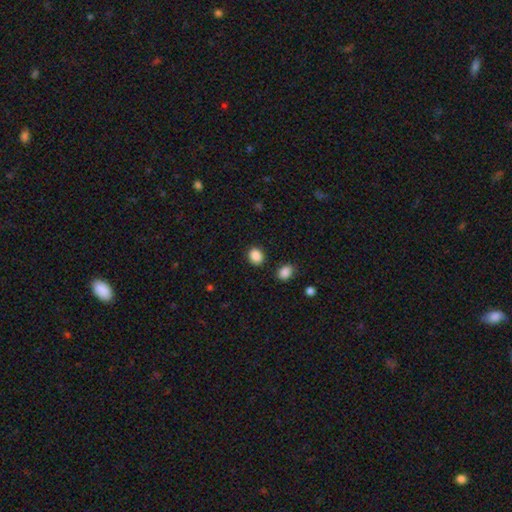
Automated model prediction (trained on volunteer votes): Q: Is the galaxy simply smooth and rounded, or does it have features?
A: smooth — 88%.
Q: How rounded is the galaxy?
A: round — 57%.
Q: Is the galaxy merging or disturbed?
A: none — 87%.